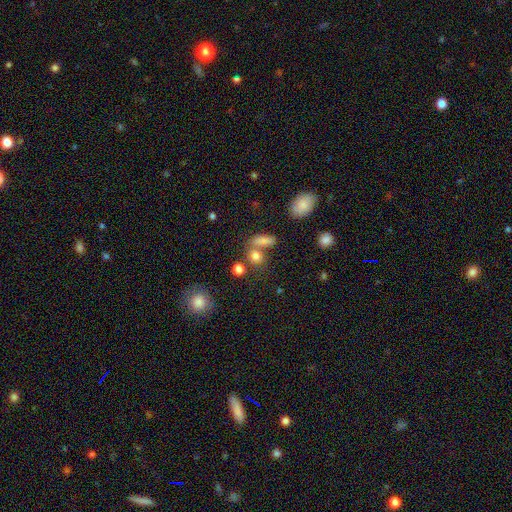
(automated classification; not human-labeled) smooth_or_featured: smooth (p=0.79) [alt: star or artifact p=0.13]
how_rounded: round (p=0.56) [alt: in between p=0.37]
merging: none (p=0.54) [alt: merger p=0.31]